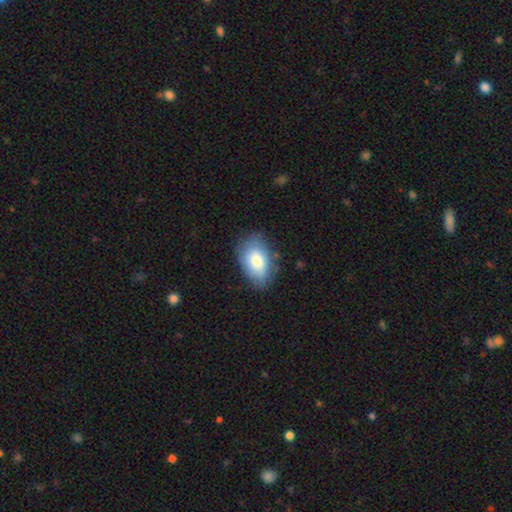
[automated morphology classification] Smooth or featured? smooth (80%)
How rounded? in between (92%)
Merging? none (76%)